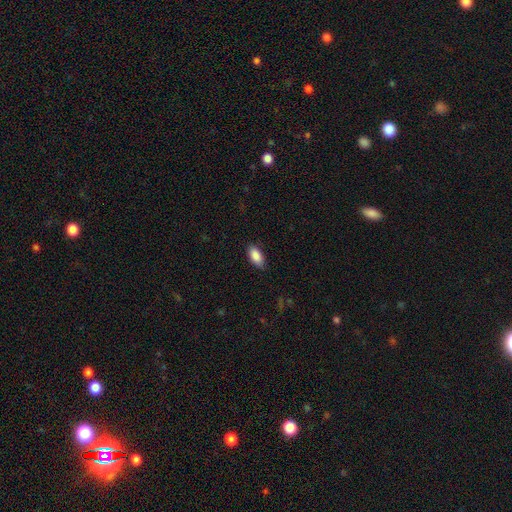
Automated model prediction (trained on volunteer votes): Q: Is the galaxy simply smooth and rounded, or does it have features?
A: smooth — 88%.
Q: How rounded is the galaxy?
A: in between — 91%.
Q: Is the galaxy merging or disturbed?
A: none — 83%.